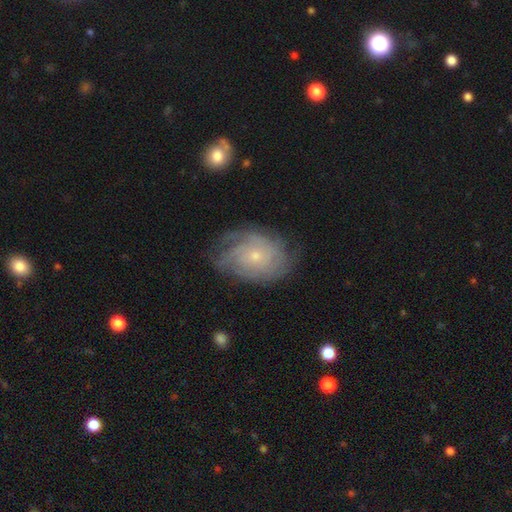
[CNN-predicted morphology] featured or disk 76%, smooth 17%, star or artifact 7%. Down the decision tree: edge-on disk — no (97%); bar — no (80%); spiral arms — yes (92%); spiral arm count — can't tell (44%); spiral winding — tight (62%); bulge size — small (75%); merging — none (64%).